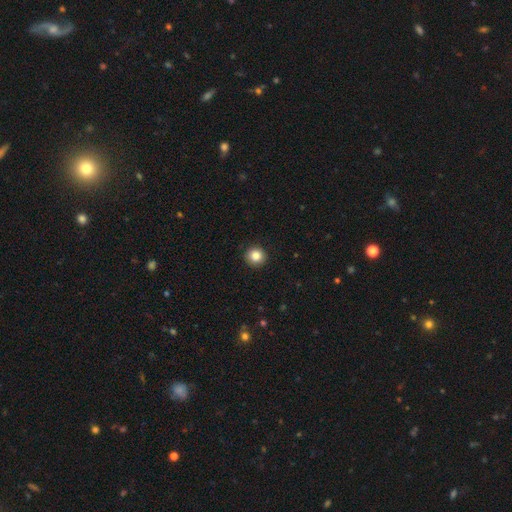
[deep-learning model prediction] Smooth or featured? smooth (85%)
How rounded? round (94%)
Merging? none (92%)